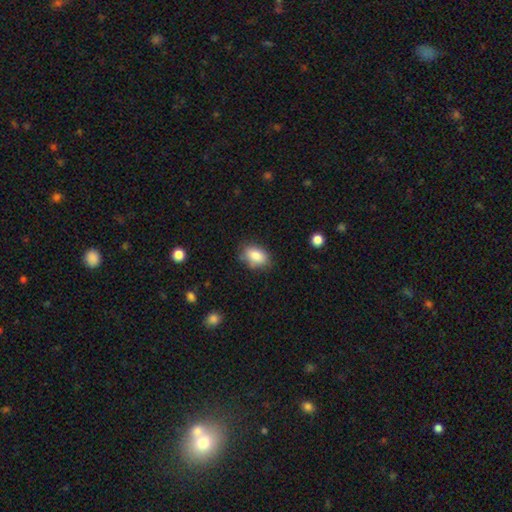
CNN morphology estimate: smooth-or-featured: smooth: 86% | star or artifact: 8% | featured or disk: 6%
  how-rounded: in between: 88% | round: 11% | cigar-shaped: 2%
  merging: none: 75% | minor disturbance: 19% | major disturbance: 4% | merger: 2%